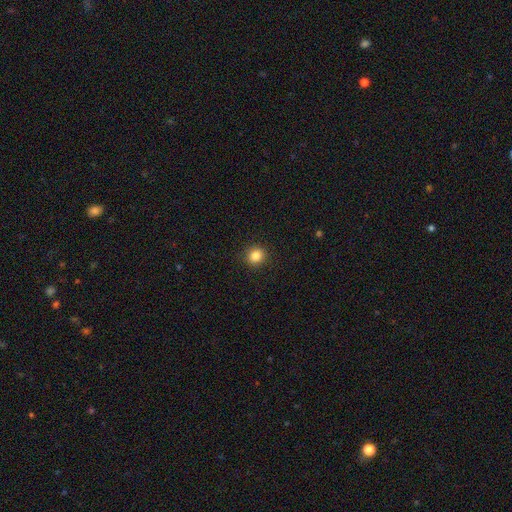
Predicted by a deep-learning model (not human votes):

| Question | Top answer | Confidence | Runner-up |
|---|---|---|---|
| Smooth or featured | smooth | 84% | star or artifact (12%) |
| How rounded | round | 89% | in between (10%) |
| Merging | none | 91% | minor disturbance (6%) |